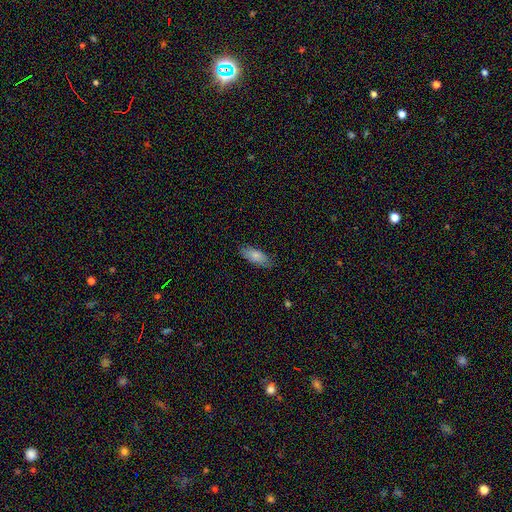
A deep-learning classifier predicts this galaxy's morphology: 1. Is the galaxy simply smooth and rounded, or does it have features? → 82% smooth, 12% featured or disk, 6% star or artifact.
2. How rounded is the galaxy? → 80% in between, 18% cigar-shaped, 2% round.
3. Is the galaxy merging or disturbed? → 80% none, 16% minor disturbance, 3% major disturbance, 1% merger.